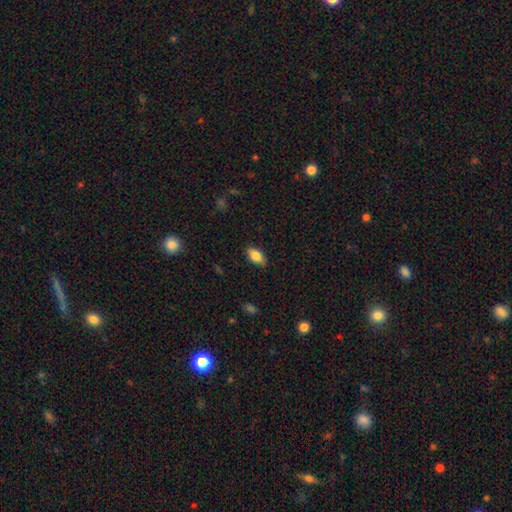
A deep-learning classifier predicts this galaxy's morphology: smooth_or_featured: smooth (p=0.82) [alt: featured or disk p=0.10]
how_rounded: in between (p=0.90) [alt: cigar-shaped p=0.06]
merging: none (p=0.87) [alt: minor disturbance p=0.10]